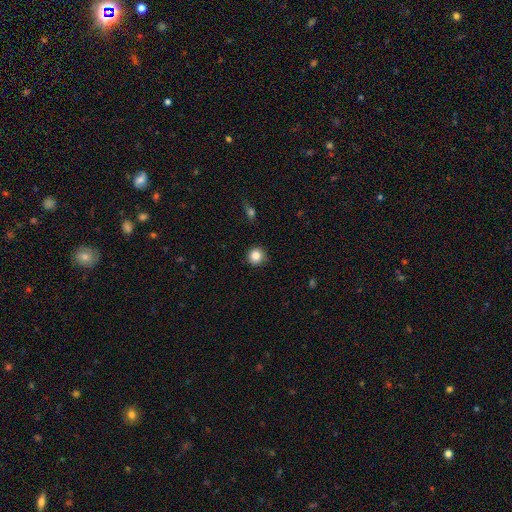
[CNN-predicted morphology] Smooth or featured: smooth — 85% (star or artifact — 10%)
How rounded: round — 93% (in between — 6%)
Merging: none — 89% (minor disturbance — 8%)